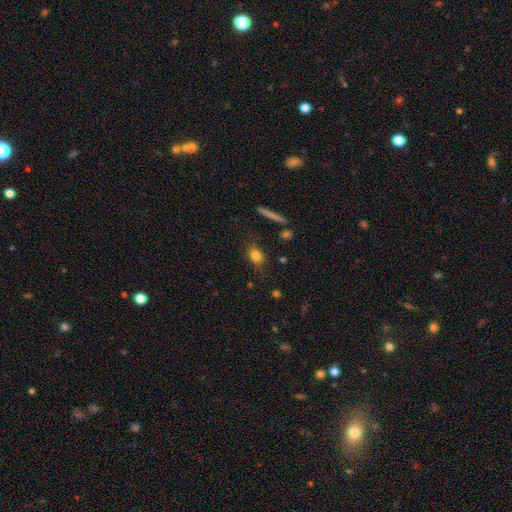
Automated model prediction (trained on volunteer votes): Smooth or featured? Predicted: smooth (p=0.79). How rounded? Predicted: in between (p=0.62). Merging? Predicted: none (p=0.78).